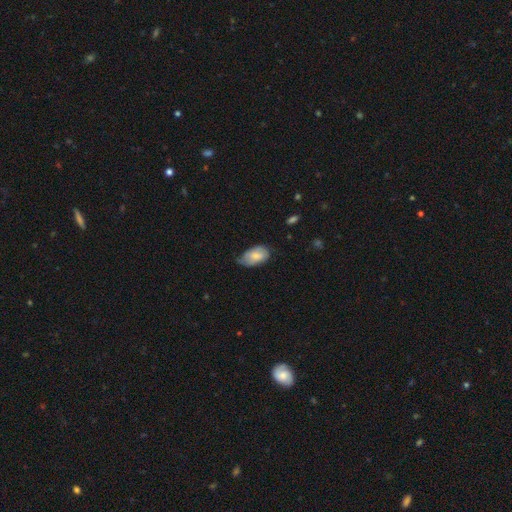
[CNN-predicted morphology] Smooth or featured? smooth (72%)
How rounded? in between (93%)
Merging? none (49%)